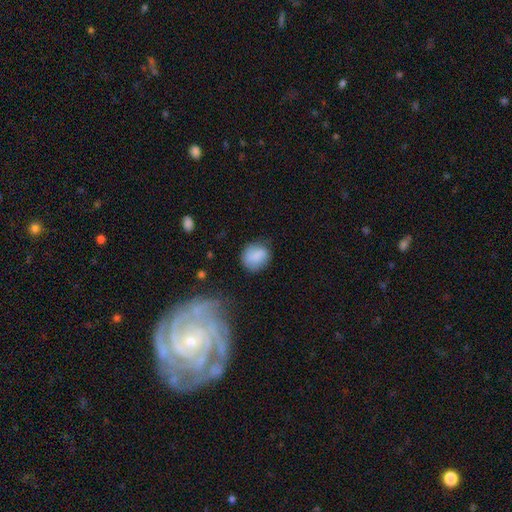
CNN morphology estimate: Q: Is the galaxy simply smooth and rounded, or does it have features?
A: smooth — 83%.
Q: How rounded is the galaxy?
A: round — 70%.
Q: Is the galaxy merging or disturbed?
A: none — 71%.